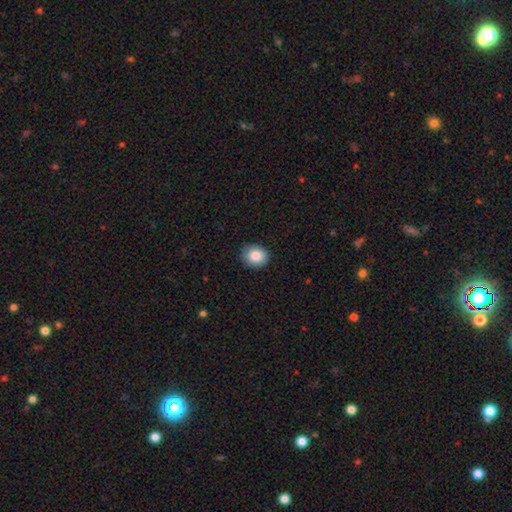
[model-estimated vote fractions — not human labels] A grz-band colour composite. It shows a smooth galaxy with no disk features (86%) that is round (66%). Merging: none (87%).